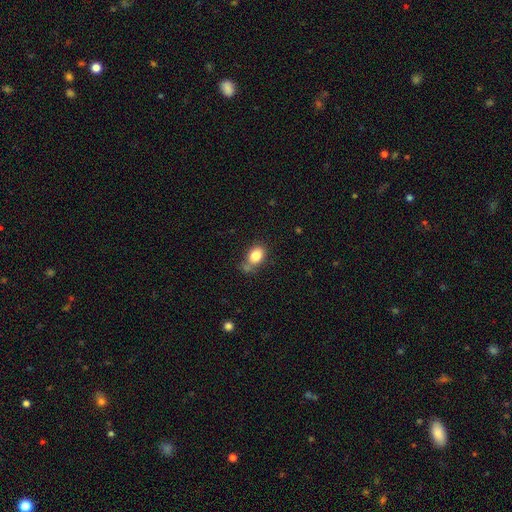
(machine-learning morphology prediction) The model was most divided on "merging": none: 59%, minor disturbance: 20%, merger: 14%, major disturbance: 7%. More confident: smooth or featured — smooth (82%); how rounded — in between (73%).